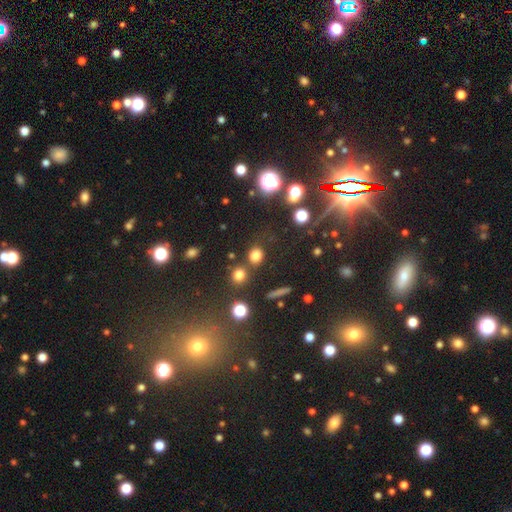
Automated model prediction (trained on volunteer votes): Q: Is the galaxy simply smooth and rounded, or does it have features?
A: smooth — 76%.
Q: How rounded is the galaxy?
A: round — 75%.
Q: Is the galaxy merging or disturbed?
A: none — 74%.